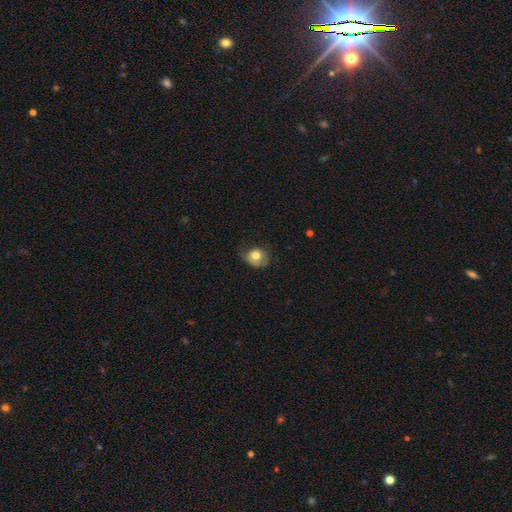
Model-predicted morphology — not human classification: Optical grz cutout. It shows a smooth galaxy with no disk features (74%) that is round (59%). Merging: none (42%).